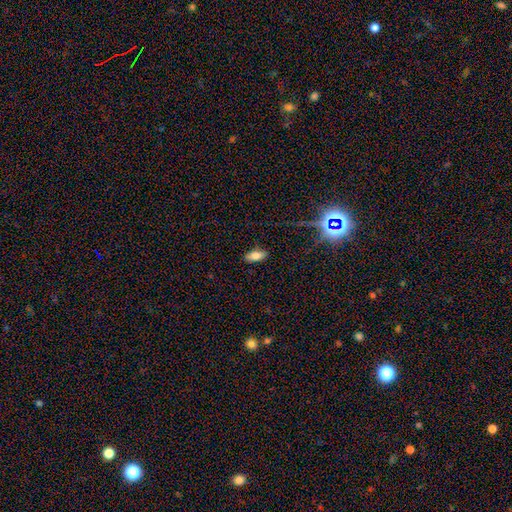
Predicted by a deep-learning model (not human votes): Overall: smooth (77%). How rounded: in between (87%). Merging: none (87%).